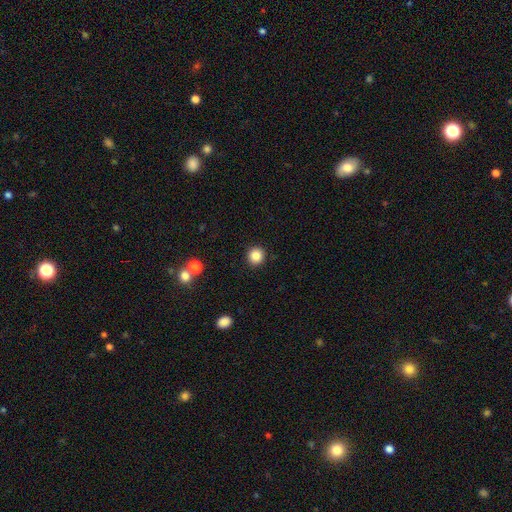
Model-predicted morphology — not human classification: Smooth or featured? smooth (85%)
How rounded? round (93%)
Merging? none (92%)